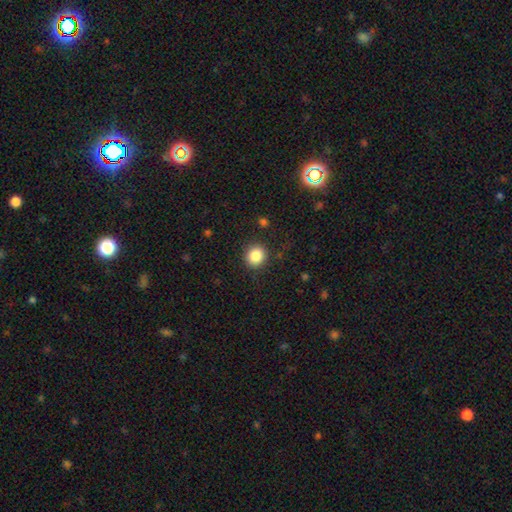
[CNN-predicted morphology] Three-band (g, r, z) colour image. It shows a smooth galaxy with no disk features (85%) that is round (88%). Merging: none (89%).